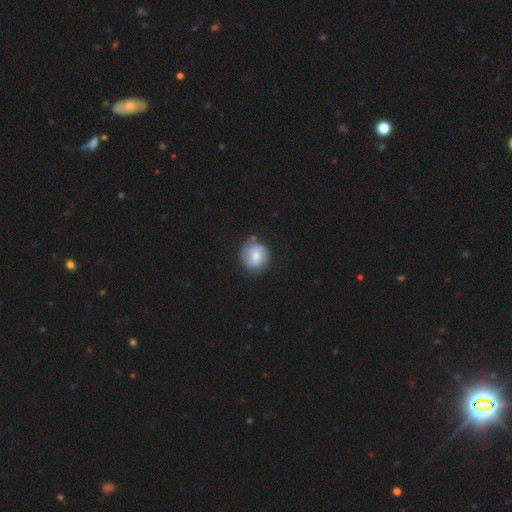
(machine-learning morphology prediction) Smooth or featured: featured or disk — 50% (smooth — 43%)
Edge-on disk: no — 98% (yes — 2%)
Merging: none — 76% (minor disturbance — 17%)